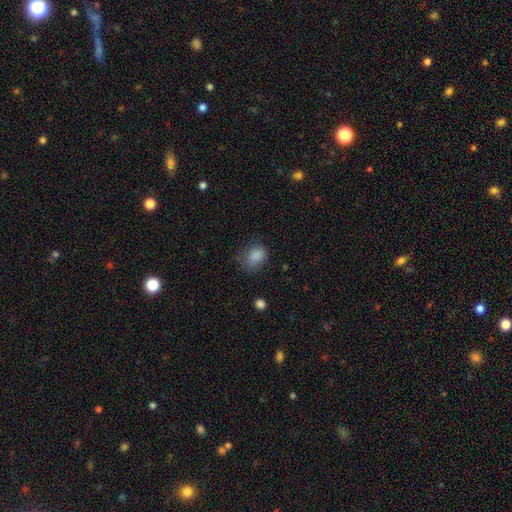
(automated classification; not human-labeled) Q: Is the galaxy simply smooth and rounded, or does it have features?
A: smooth — 84%.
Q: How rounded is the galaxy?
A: in between — 62%.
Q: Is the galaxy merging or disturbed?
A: none — 60%.